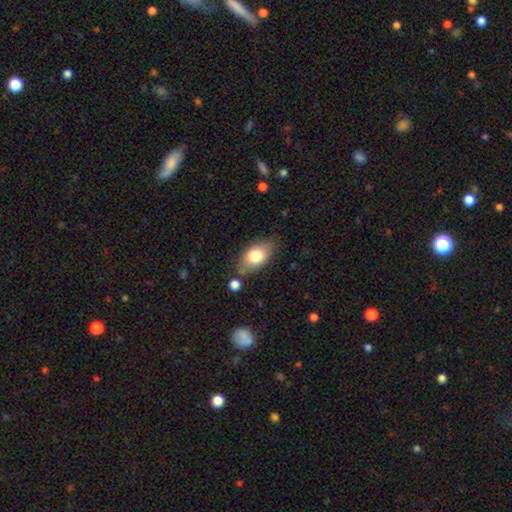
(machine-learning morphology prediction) smooth 76%, featured or disk 16%, star or artifact 7%. Down the decision tree: how rounded — in between (88%); merging — none (69%).